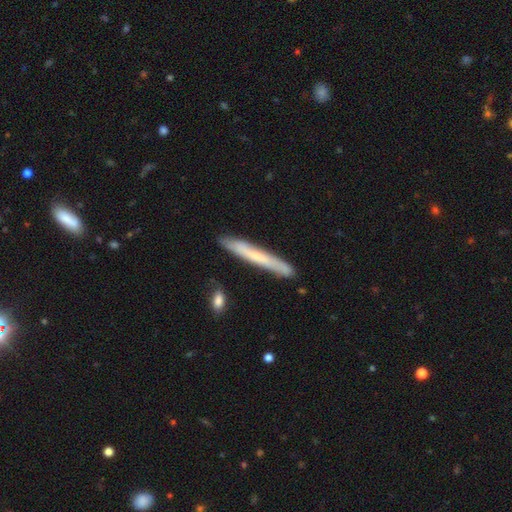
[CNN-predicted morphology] A smooth galaxy with no disk features (55%) that is cigar-shaped (96%). Merging: none (85%).